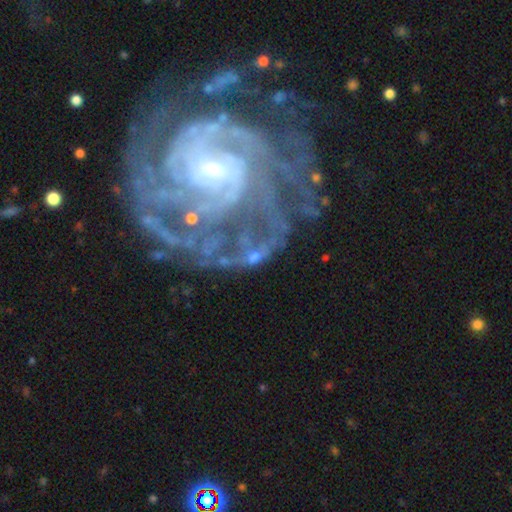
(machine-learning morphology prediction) Smooth or featured?
  - featured or disk: 76% *
  - star or artifact: 13%
  - smooth: 11%
Edge-on disk?
  - no: 95% *
  - yes: 5%
Bar?
  - no: 44% *
  - weak: 32%
  - strong: 24%
Spiral arms?
  - yes: 88% *
  - no: 12%
Spiral winding?
  - tight: 59% *
  - medium: 30%
  - loose: 12%
Spiral arm count?
  - can't tell: 31% *
  - 2: 22%
  - 3: 16%
  - 4: 12%
  - more than 4: 11%
  - 1: 9%
Bulge size?
  - small: 58% *
  - moderate: 28%
  - none: 7%
  - large: 4%
  - dominant: 2%
Merging?
  - none: 56% *
  - major disturbance: 18%
  - minor disturbance: 17%
  - merger: 9%